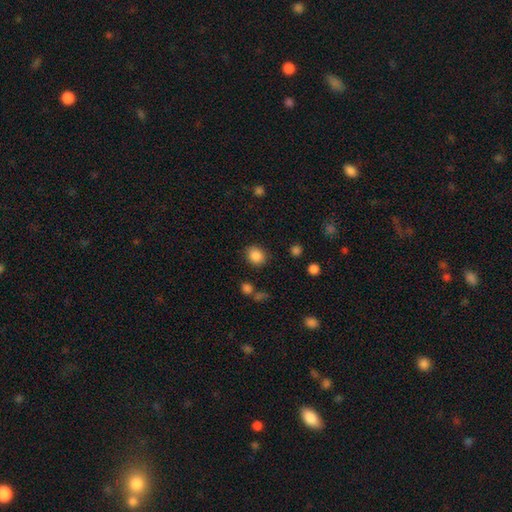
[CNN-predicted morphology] Smooth or featured?
  - smooth: 86% *
  - star or artifact: 10%
  - featured or disk: 4%
How rounded?
  - round: 72% *
  - in between: 27%
  - cigar-shaped: 1%
Merging?
  - none: 83% *
  - minor disturbance: 10%
  - major disturbance: 3%
  - merger: 3%